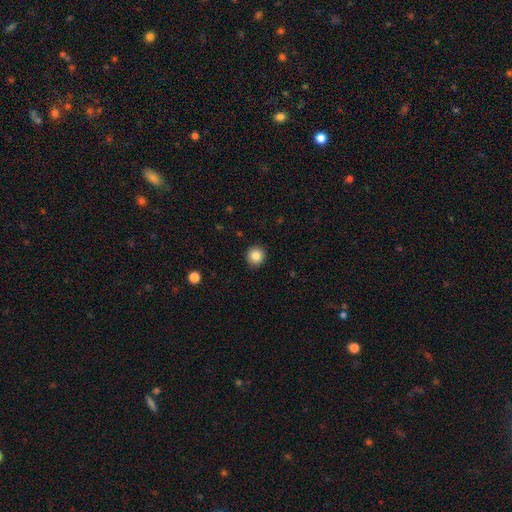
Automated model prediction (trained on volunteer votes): A smooth galaxy with no disk features (85%) that is round (93%).

Vote fractions:
- Smooth or featured? smooth: 85% / star or artifact: 9% / featured or disk: 6%
- How rounded? round: 93% / in between: 6% / cigar-shaped: 1%
- Merging? none: 91% / minor disturbance: 6% / major disturbance: 2% / merger: 1%